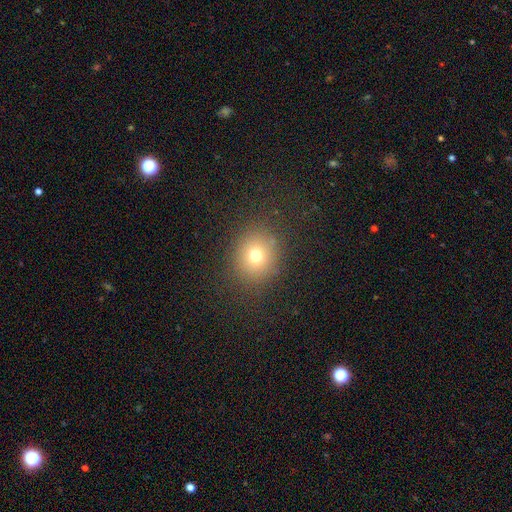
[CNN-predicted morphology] Smooth or featured? smooth (72%)
How rounded? round (80%)
Merging? none (85%)